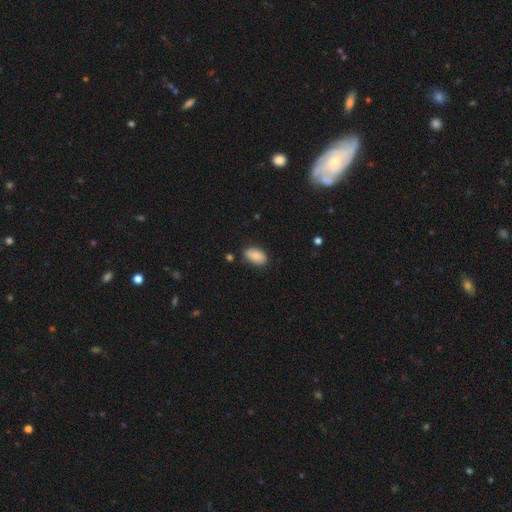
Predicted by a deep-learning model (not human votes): Morphology: type=smooth (85%); roundness=in between (93%); merging=none (80%).